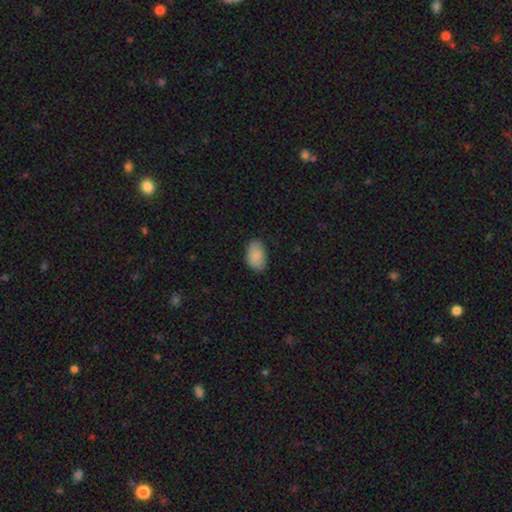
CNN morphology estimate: smooth_or_featured: smooth (p=0.88) [alt: star or artifact p=0.07]
how_rounded: in between (p=0.90) [alt: round p=0.08]
merging: none (p=0.77) [alt: minor disturbance p=0.19]